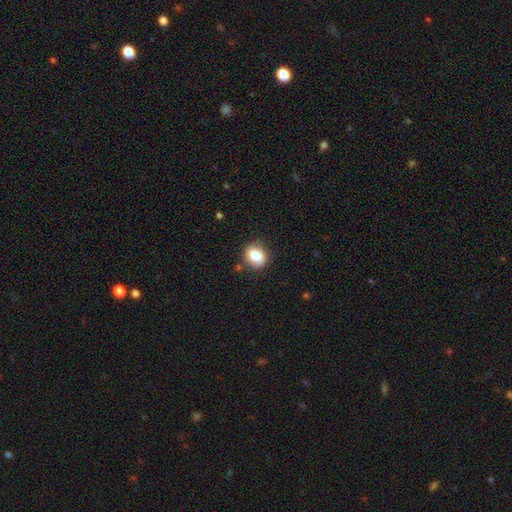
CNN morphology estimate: type=smooth (86%); roundness=in between (50%); merging=none (81%).